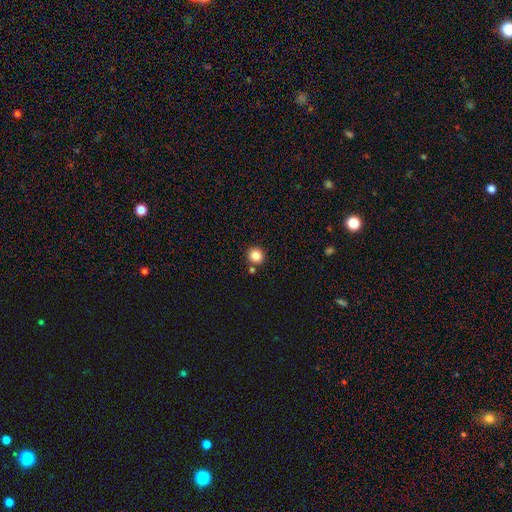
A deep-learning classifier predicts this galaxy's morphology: A smooth galaxy with no disk features (85%) that is round (92%). Merging: none (81%).